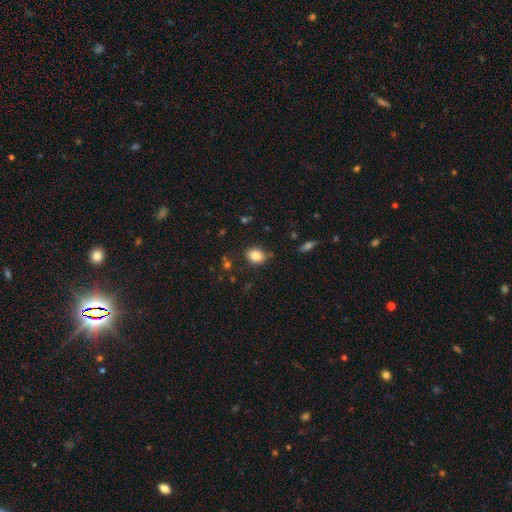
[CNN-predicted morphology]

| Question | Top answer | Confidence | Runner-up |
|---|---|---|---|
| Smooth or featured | smooth | 82% | star or artifact (10%) |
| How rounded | round | 52% | in between (47%) |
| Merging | none | 81% | minor disturbance (12%) |